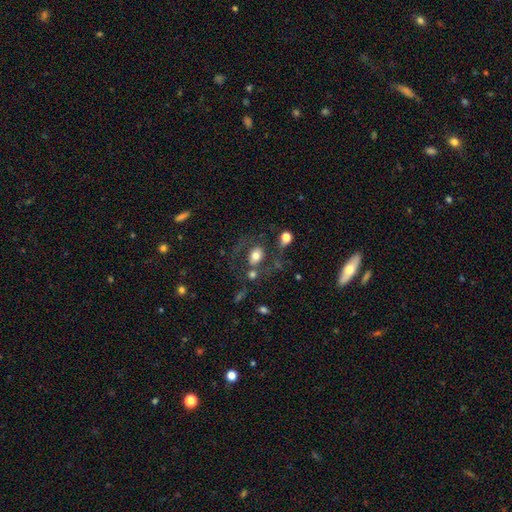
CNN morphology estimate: This appears to be a smooth galaxy with no disk features (65%) that is in between round and cigar-shaped (68%). Merging: none (51%).